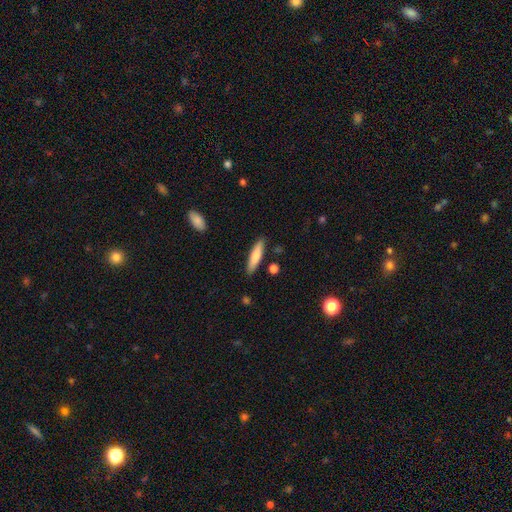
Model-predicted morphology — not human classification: smooth-or-featured: smooth: 74% | featured or disk: 20% | star or artifact: 6%
  how-rounded: cigar-shaped: 79% | in between: 19% | round: 2%
  merging: none: 87% | minor disturbance: 9% | merger: 2% | major disturbance: 2%